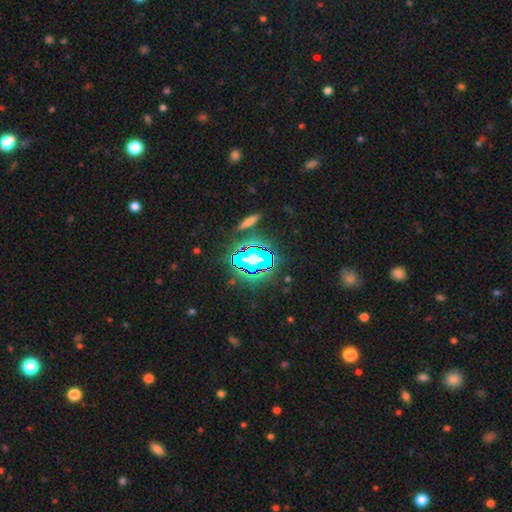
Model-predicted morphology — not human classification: Smooth or featured? star or artifact (59%)